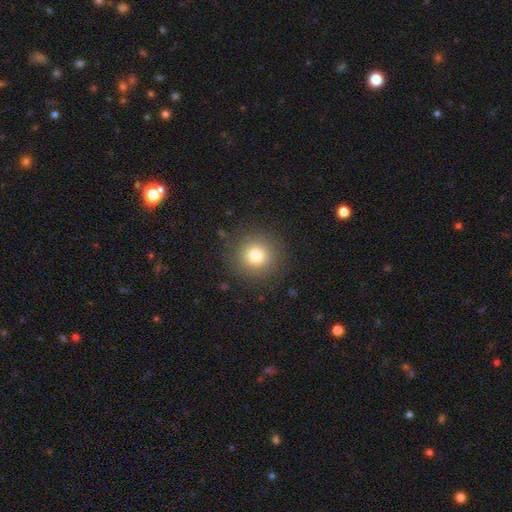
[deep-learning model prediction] The model was most divided on "smooth or featured": smooth: 77%, star or artifact: 13%, featured or disk: 10%. More confident: how rounded — round (94%); merging — none (88%).